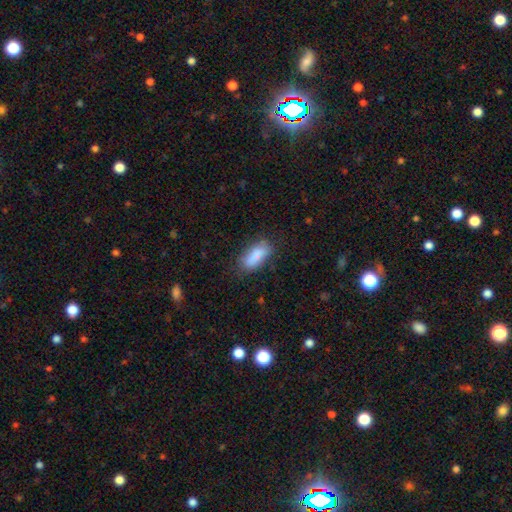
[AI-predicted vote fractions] This appears to be a smooth galaxy with no disk features (84%) that is in between round and cigar-shaped (84%). Merging: none (68%).